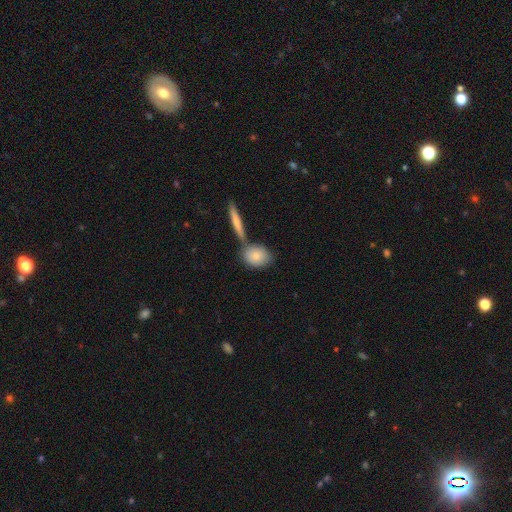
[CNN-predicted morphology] The model was most divided on "how rounded": in between: 56%, round: 37%, cigar-shaped: 7%. More confident: smooth or featured — smooth (79%); merging — none (58%).